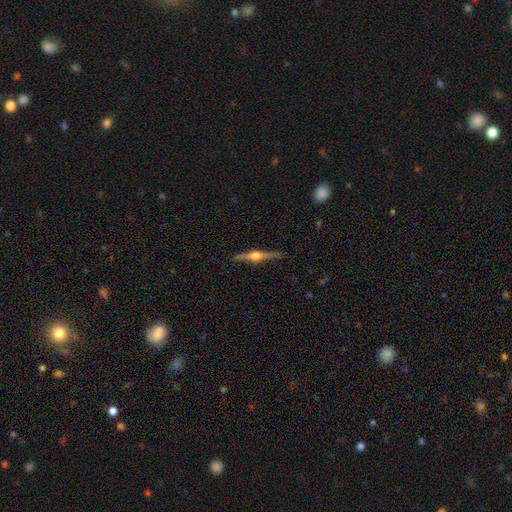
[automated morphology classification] This appears to be a featured or disk galaxy (82%) viewed edge-on (98%) with a rounded central bulge (92%). Merging: none (89%).